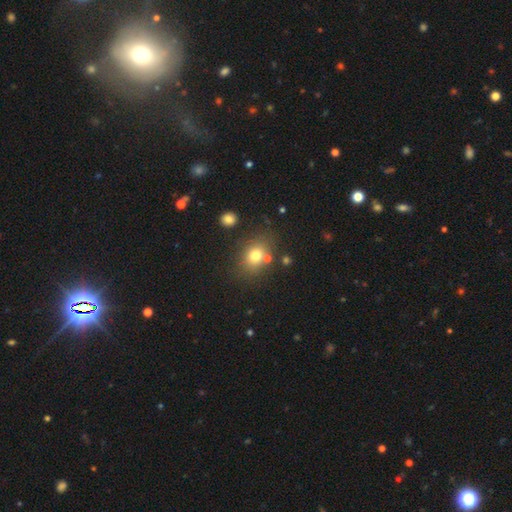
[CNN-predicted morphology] This appears to be a smooth galaxy with no disk features (75%) that is in between round and cigar-shaped (51%). Merging: none (72%).